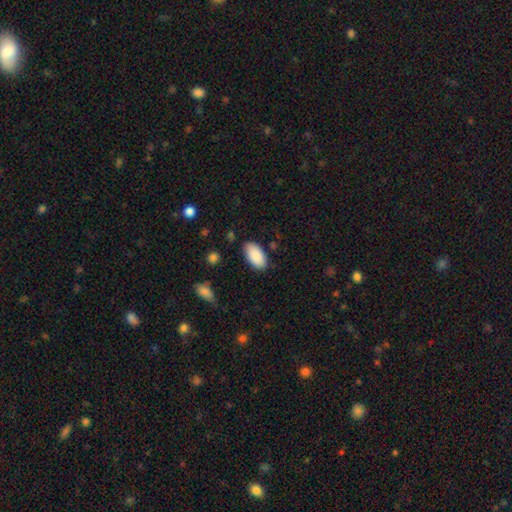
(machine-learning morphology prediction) smooth_or_featured: smooth (p=0.90) [alt: star or artifact p=0.06]
how_rounded: in between (p=0.96) [alt: round p=0.03]
merging: none (p=0.83) [alt: minor disturbance p=0.12]